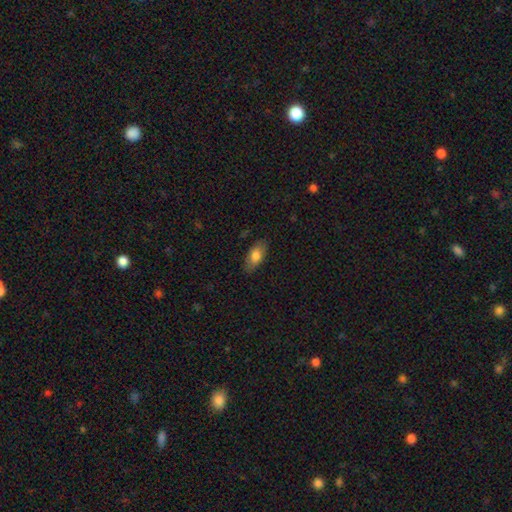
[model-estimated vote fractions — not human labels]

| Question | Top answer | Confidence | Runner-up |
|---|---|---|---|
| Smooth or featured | smooth | 78% | featured or disk (15%) |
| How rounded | in between | 87% | cigar-shaped (9%) |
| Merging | none | 83% | minor disturbance (13%) |